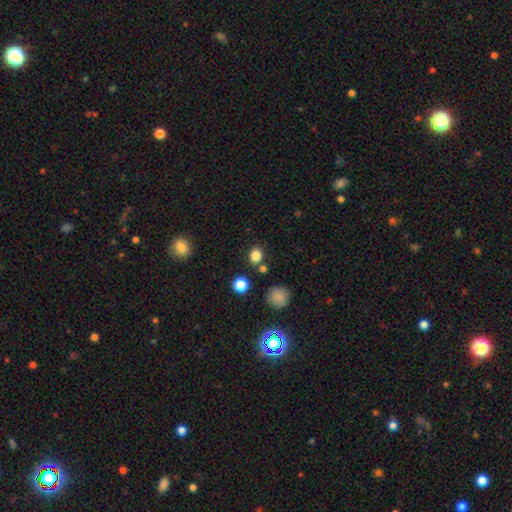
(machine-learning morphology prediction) smooth_or_featured: smooth (p=0.82) [alt: star or artifact p=0.14]
how_rounded: round (p=0.69) [alt: in between p=0.30]
merging: none (p=0.79) [alt: minor disturbance p=0.09]